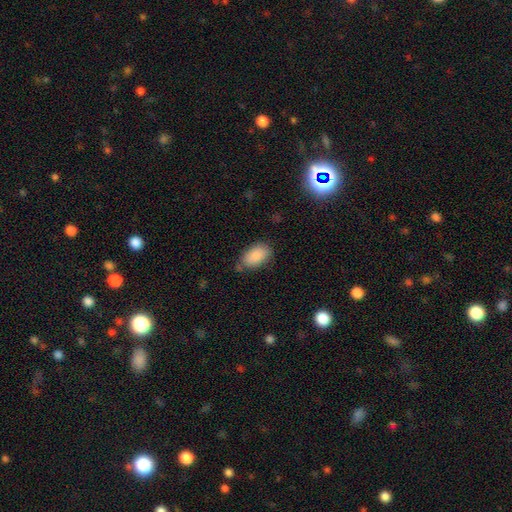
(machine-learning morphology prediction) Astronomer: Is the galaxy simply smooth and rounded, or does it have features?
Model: smooth — 89%.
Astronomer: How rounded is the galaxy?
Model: in between — 93%.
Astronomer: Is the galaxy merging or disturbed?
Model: none — 73%.